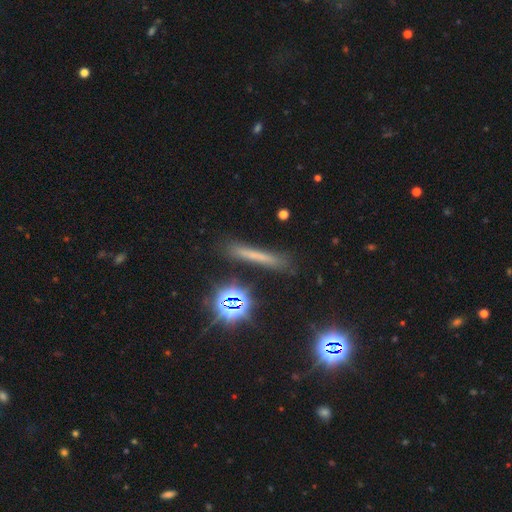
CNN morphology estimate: smooth-or-featured: smooth: 56% | star or artifact: 23% | featured or disk: 21%
  how-rounded: cigar-shaped: 90% | in between: 5% | round: 5%
  merging: none: 82% | minor disturbance: 12% | major disturbance: 3% | merger: 3%